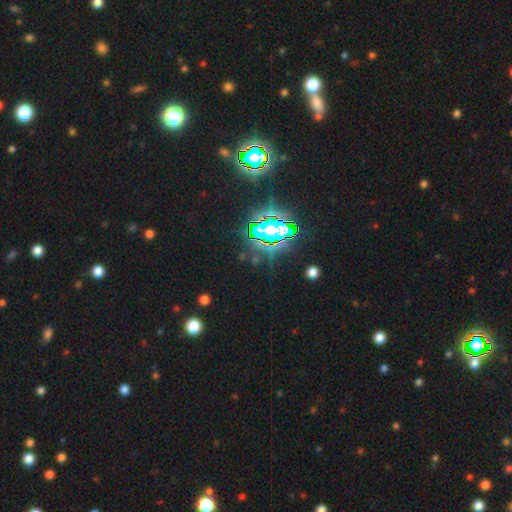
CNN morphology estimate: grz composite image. It shows a star or artifact, not a galaxy (80%).